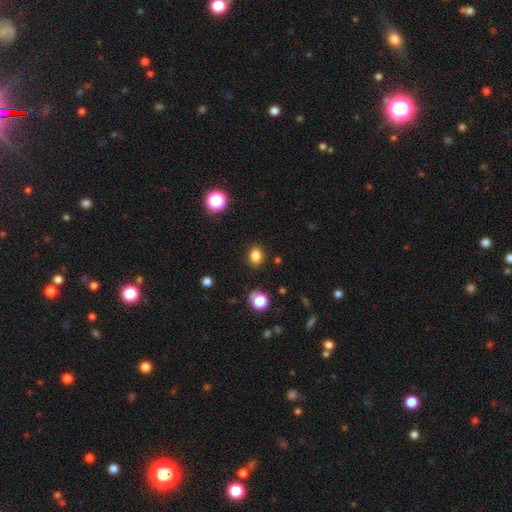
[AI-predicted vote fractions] Smooth or featured: smooth — 83% (star or artifact — 13%)
How rounded: in between — 58% (round — 41%)
Merging: none — 87% (minor disturbance — 9%)